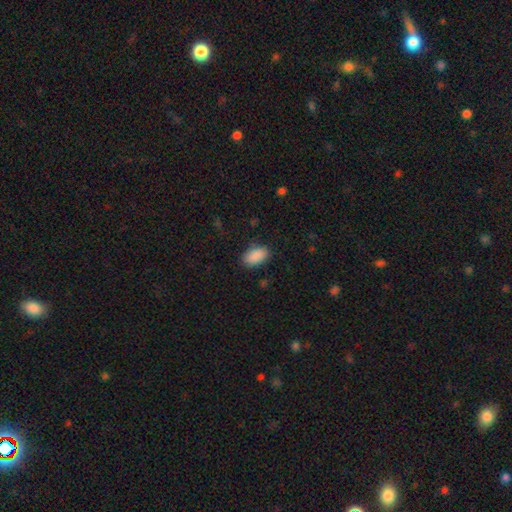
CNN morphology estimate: smooth_or_featured: smooth (p=0.90) [alt: star or artifact p=0.07]
how_rounded: in between (p=0.93) [alt: round p=0.05]
merging: none (p=0.86) [alt: minor disturbance p=0.10]